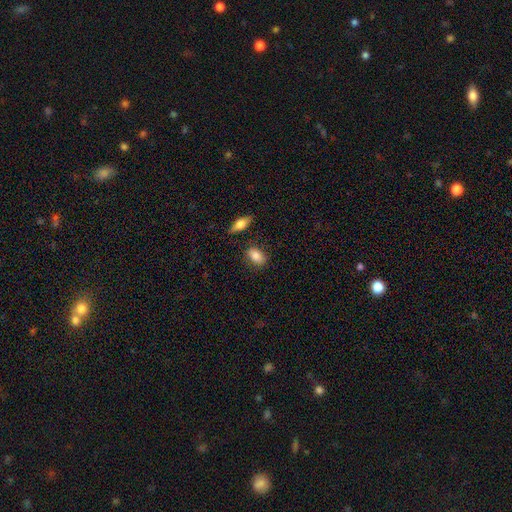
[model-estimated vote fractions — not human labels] Smooth or featured? smooth (83%)
How rounded? in between (84%)
Merging? none (81%)